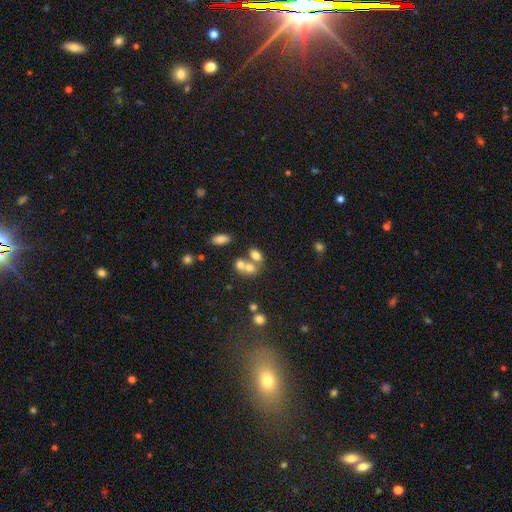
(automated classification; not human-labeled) Smooth or featured? Predicted: smooth (p=0.69). How rounded? Predicted: in between (p=0.72). Merging? Predicted: merger (p=0.54).